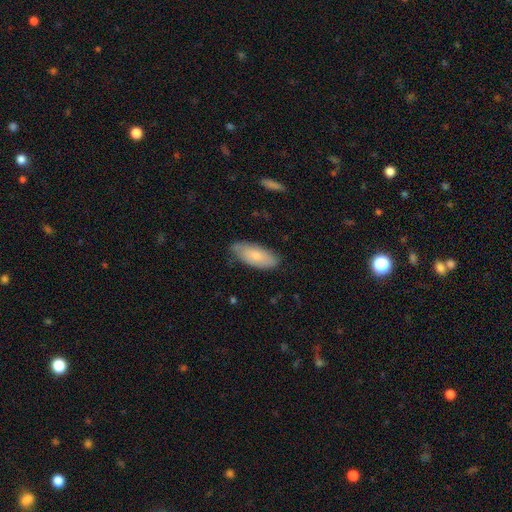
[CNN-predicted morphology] The model was most divided on "merging": none: 75%, minor disturbance: 21%, major disturbance: 3%, merger: 1%. More confident: how rounded — in between (84%); smooth or featured — smooth (75%).